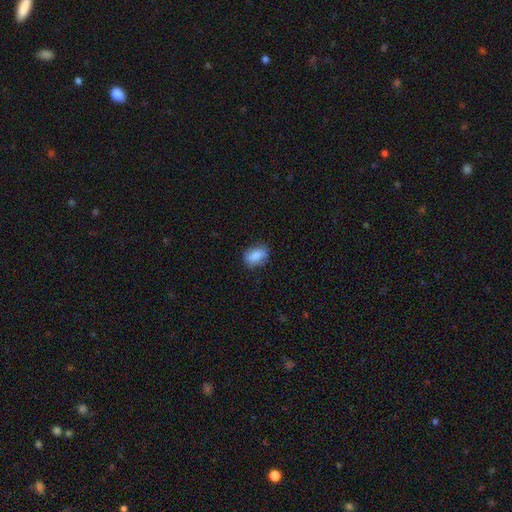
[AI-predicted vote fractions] This is clearly a smooth galaxy (84%). How rounded: likely in between (80%). Merging: likely none (78%).